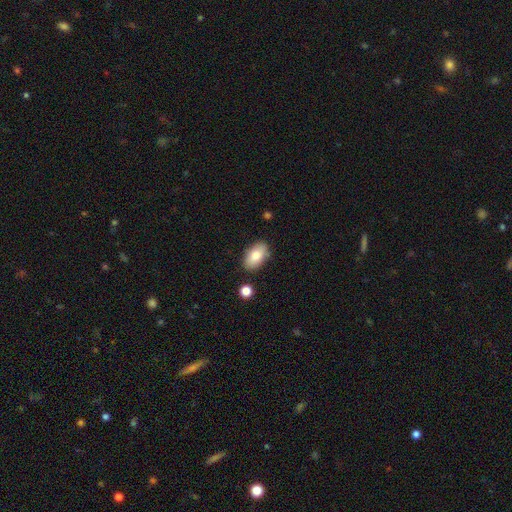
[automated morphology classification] smooth_or_featured: smooth (p=0.82) [alt: featured or disk p=0.11]
how_rounded: in between (p=0.93) [alt: round p=0.05]
merging: none (p=0.81) [alt: minor disturbance p=0.13]